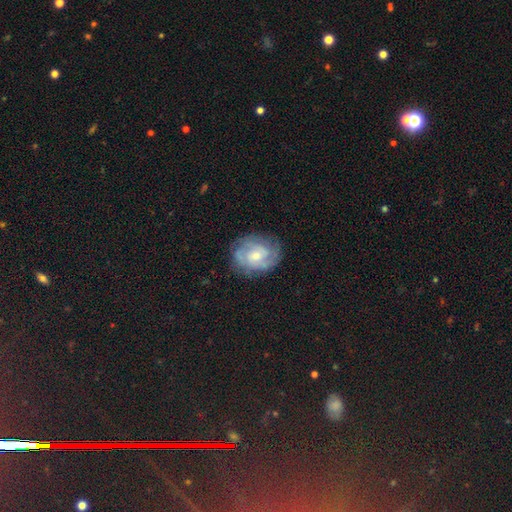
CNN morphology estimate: Smooth or featured? Predicted: featured or disk (p=0.72). Edge-on disk? Predicted: no (p=0.97). Bar? Predicted: no (p=0.66). Spiral arms? Predicted: yes (p=0.87). Spiral winding? Predicted: tight (p=0.54). Spiral arm count? Predicted: can't tell (p=0.36). Bulge size? Predicted: moderate (p=0.55). Merging? Predicted: none (p=0.73).